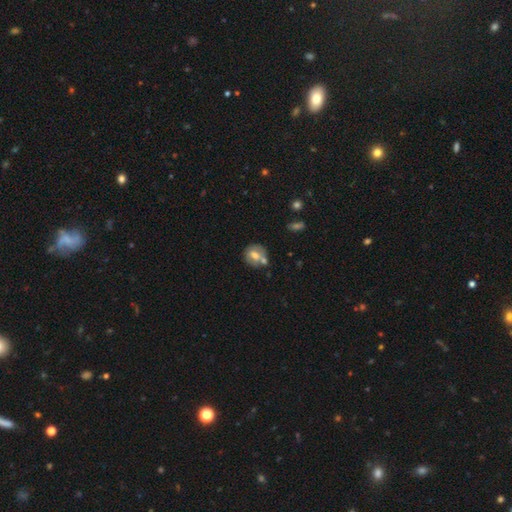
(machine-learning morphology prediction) The model was most divided on "merging": none: 53%, merger: 26%, minor disturbance: 16%, major disturbance: 5%. More confident: how rounded — round (70%); smooth or featured — smooth (60%).